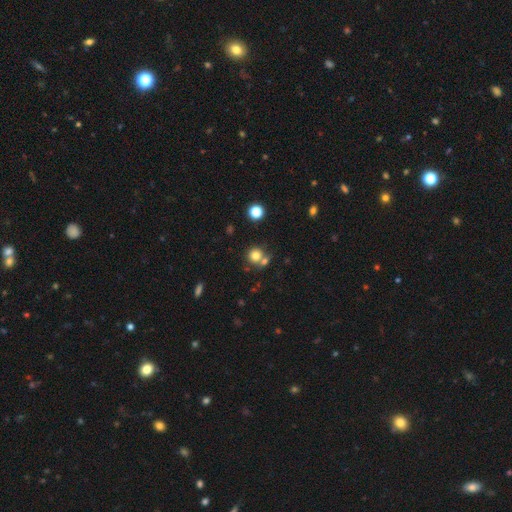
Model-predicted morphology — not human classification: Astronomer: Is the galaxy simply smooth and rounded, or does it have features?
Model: smooth — 78%.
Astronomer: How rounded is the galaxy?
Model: round — 89%.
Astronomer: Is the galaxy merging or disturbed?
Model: none — 58%.